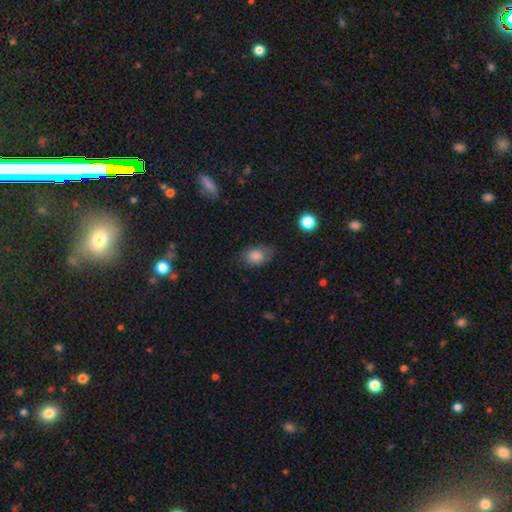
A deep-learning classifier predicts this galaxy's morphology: The model was most divided on "merging": none: 74%, minor disturbance: 19%, major disturbance: 6%, merger: 1%. More confident: smooth or featured — smooth (83%); how rounded — in between (82%).